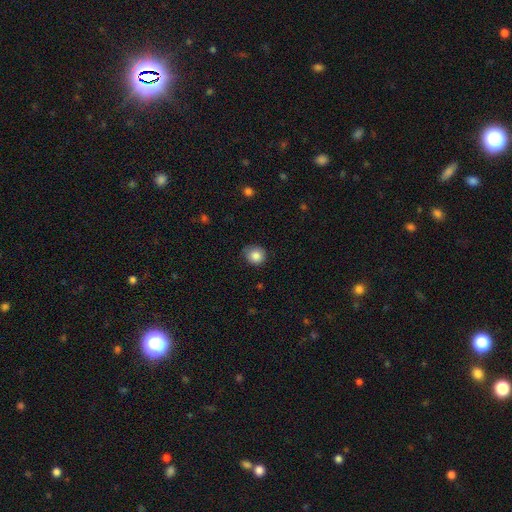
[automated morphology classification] smooth_or_featured: smooth (p=0.85) [alt: star or artifact p=0.09]
how_rounded: round (p=0.86) [alt: in between p=0.13]
merging: none (p=0.74) [alt: minor disturbance p=0.21]